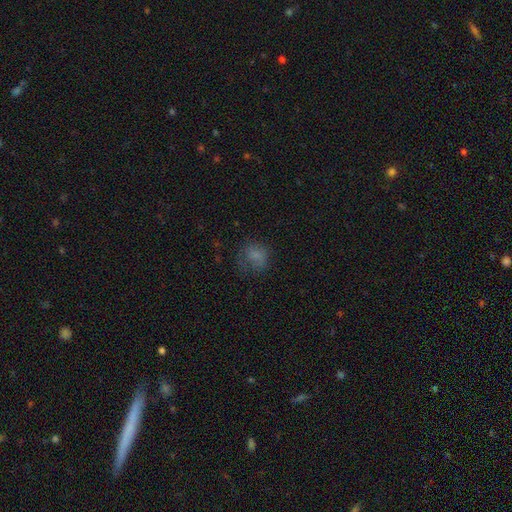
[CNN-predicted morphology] The model was most divided on "merging": none: 57%, minor disturbance: 23%, major disturbance: 18%, merger: 2%. More confident: smooth or featured — smooth (73%); how rounded — round (69%).